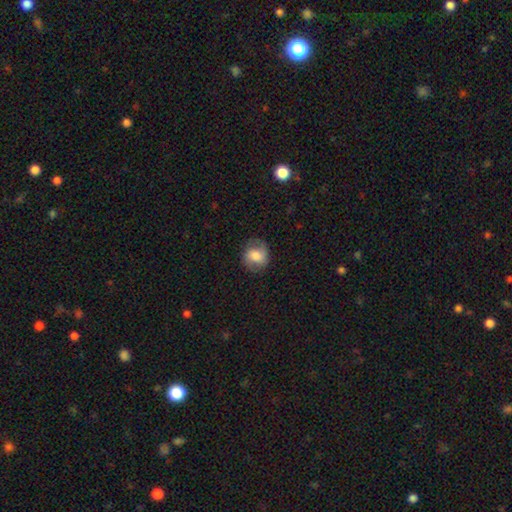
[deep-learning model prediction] Overall: smooth (66%). How rounded: round (71%). Merging: none (77%).